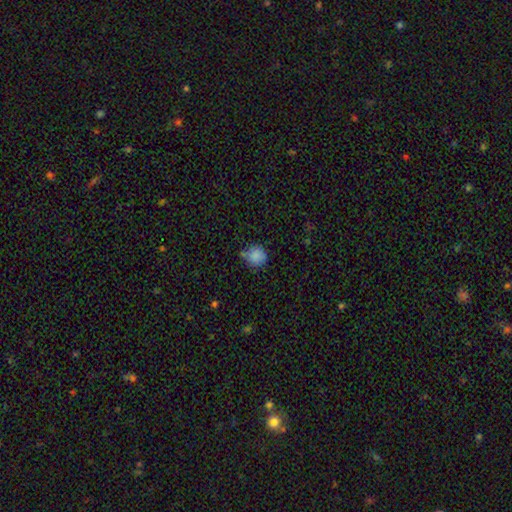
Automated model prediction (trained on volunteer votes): smooth_or_featured: smooth (p=0.85) [alt: star or artifact p=0.10]
how_rounded: round (p=0.89) [alt: in between p=0.10]
merging: none (p=0.65) [alt: minor disturbance p=0.23]